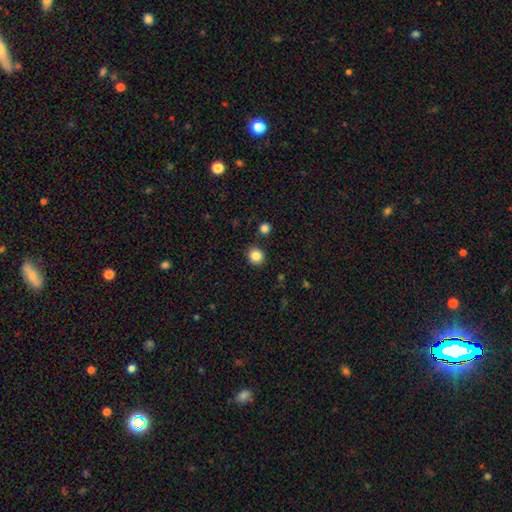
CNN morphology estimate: smooth_or_featured: smooth (p=0.85) [alt: star or artifact p=0.11]
how_rounded: round (p=0.88) [alt: in between p=0.11]
merging: none (p=0.89) [alt: minor disturbance p=0.06]